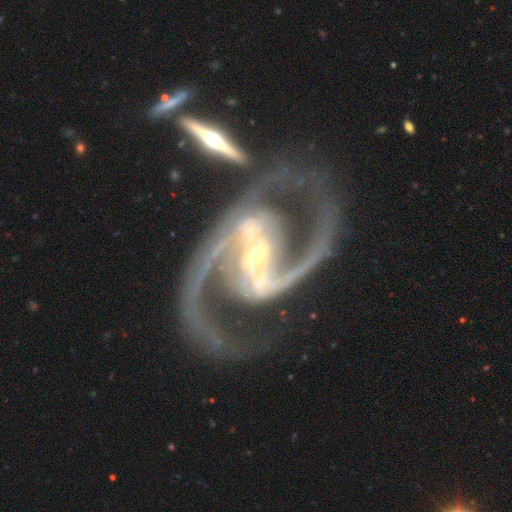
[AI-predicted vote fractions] smooth-or-featured: featured or disk: 94% | star or artifact: 4% | smooth: 2%
  disk-edge-on: no: 97% | yes: 3%
    bar: strong: 70% | weak: 22% | no: 7%
    has-spiral-arms: yes: 98% | no: 2%
      spiral-winding: medium: 64% | loose: 21% | tight: 16%
      spiral-arm-count: 2: 94% | 3: 2% | can't tell: 2% | 1: 1% | 4: 1% | more than 4: 1%
    bulge-size: small: 63% | moderate: 32% | large: 3% | none: 1% | dominant: 1%
  merging: none: 60% | minor disturbance: 14% | merger: 13% | major disturbance: 12%